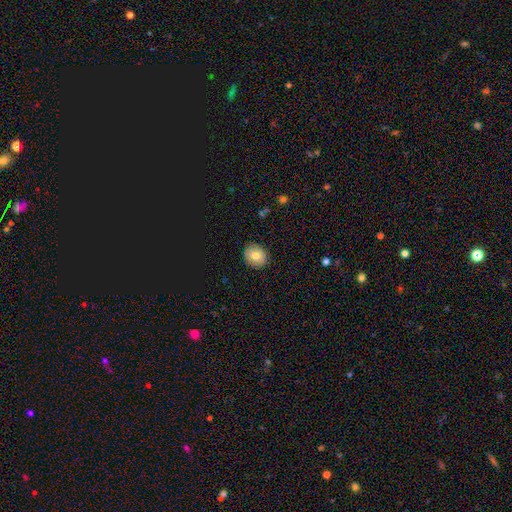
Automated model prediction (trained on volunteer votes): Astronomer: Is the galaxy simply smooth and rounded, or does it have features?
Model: smooth — 77%.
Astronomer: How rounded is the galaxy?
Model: round — 74%.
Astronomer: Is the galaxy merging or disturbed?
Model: none — 88%.